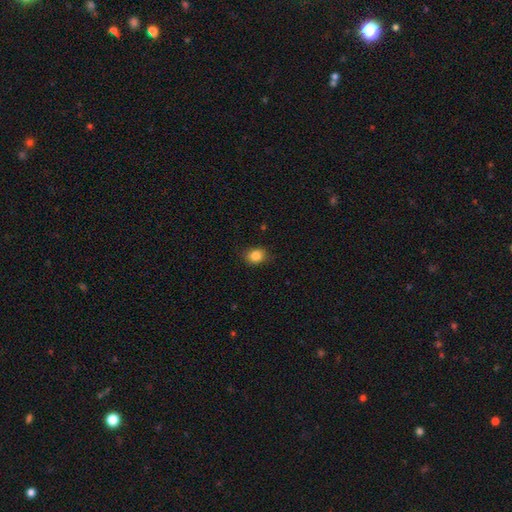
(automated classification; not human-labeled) Morphology: type=smooth (85%); roundness=round (53%); merging=none (83%).